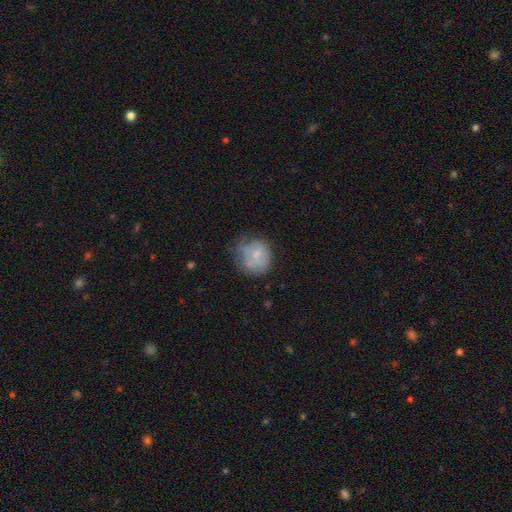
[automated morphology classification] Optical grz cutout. It shows a smooth galaxy with no disk features (59%) that is round (73%). Merging: none (41%).